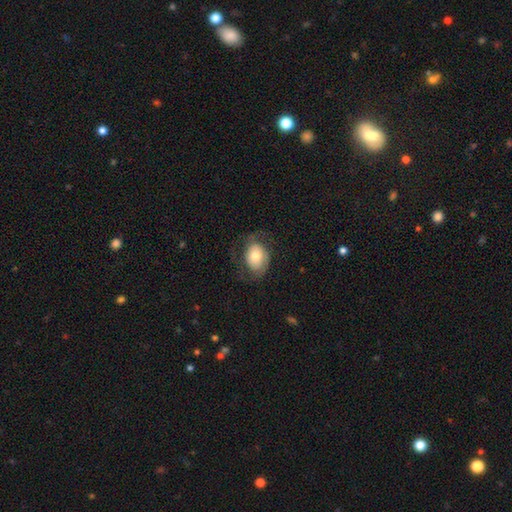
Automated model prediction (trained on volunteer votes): Smooth or featured? Predicted: smooth (p=0.61). How rounded? Predicted: in between (p=0.67). Merging? Predicted: none (p=0.55).